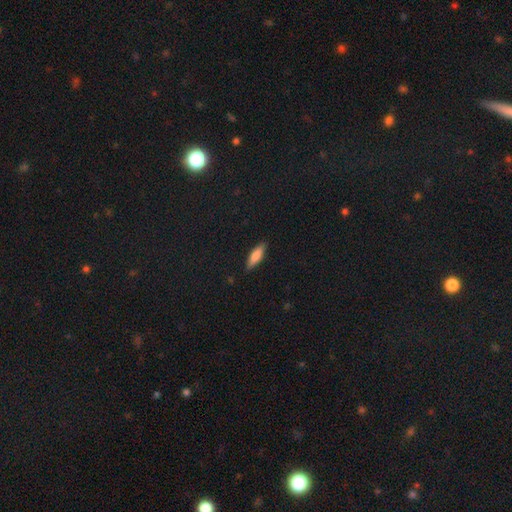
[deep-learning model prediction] Smooth or featured? Predicted: smooth (p=0.74). How rounded? Predicted: cigar-shaped (p=0.55). Merging? Predicted: none (p=0.86).